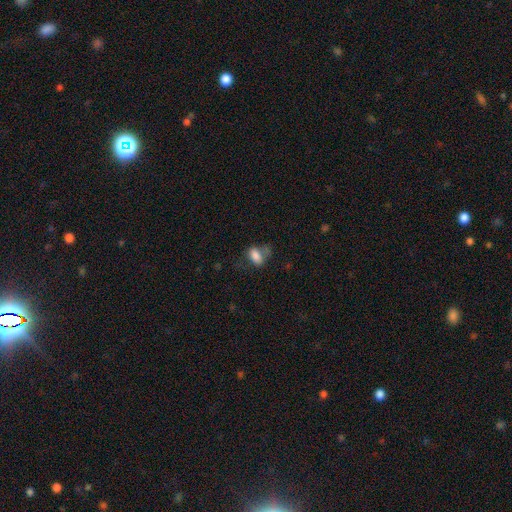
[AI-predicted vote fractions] Overall: smooth (79%). How rounded: in between (87%). Merging: none (46%; minor disturbance 27%).